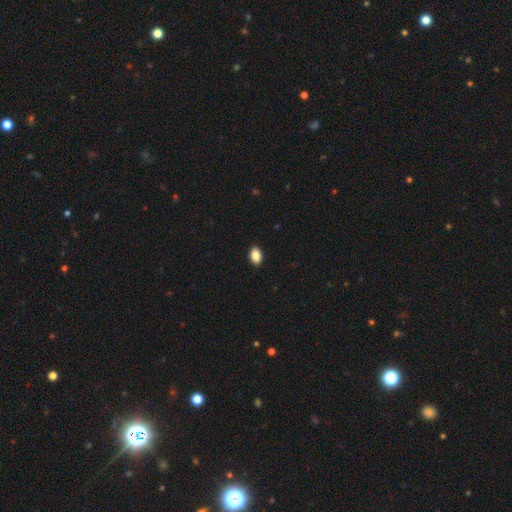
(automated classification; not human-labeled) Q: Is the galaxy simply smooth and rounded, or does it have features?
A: smooth — 87%.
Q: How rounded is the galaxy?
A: in between — 87%.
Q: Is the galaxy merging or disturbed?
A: none — 91%.